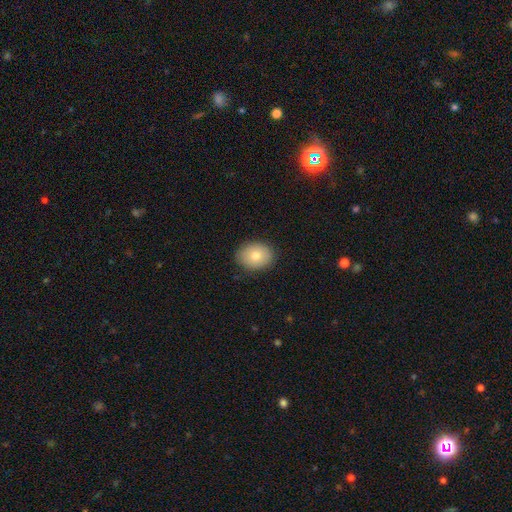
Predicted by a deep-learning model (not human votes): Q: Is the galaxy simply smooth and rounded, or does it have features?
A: smooth — 78%.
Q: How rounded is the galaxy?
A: in between — 57%.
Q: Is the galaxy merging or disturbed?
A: none — 88%.